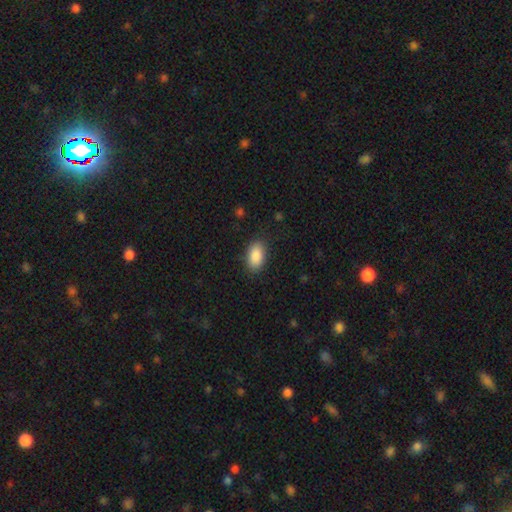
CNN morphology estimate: Q: Smooth or featured?
A: smooth (89%); runner-up: star or artifact (7%)
Q: How rounded?
A: in between (93%); runner-up: round (5%)
Q: Merging?
A: none (85%); runner-up: minor disturbance (11%)